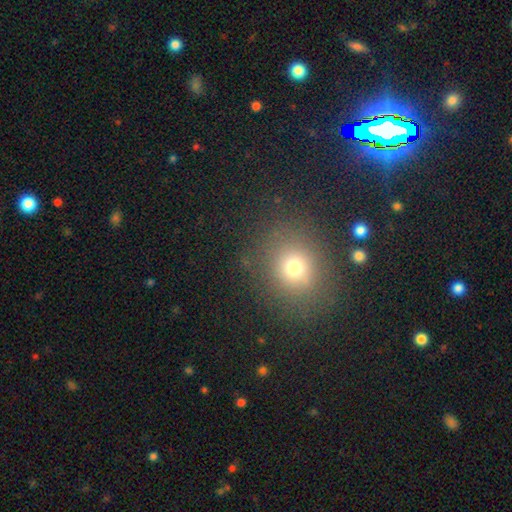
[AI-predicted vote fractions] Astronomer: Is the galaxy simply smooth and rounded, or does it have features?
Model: smooth — 59%.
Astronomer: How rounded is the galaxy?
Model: round — 73%.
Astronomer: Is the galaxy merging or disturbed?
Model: none — 88%.